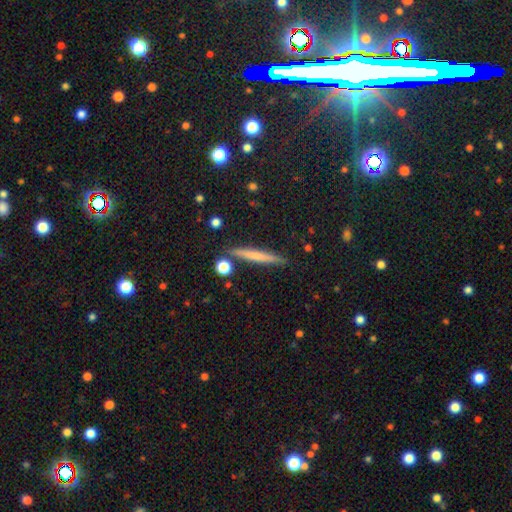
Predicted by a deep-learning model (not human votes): A smooth galaxy with no disk features (54%) that is cigar-shaped (94%). Merging: none (87%).